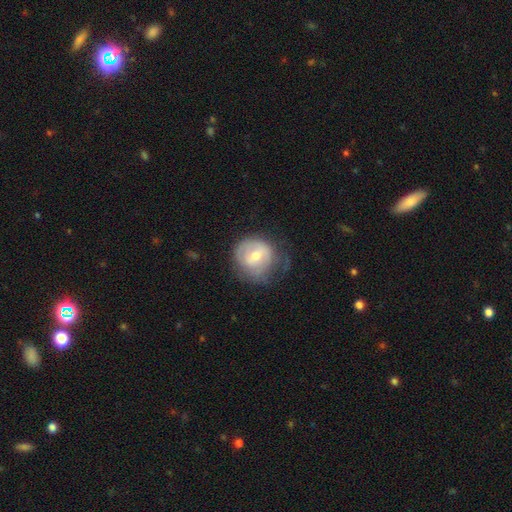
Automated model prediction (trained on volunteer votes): Smooth or featured: featured or disk — 49% (smooth — 44%)
Merging: none — 48% (minor disturbance — 30%)